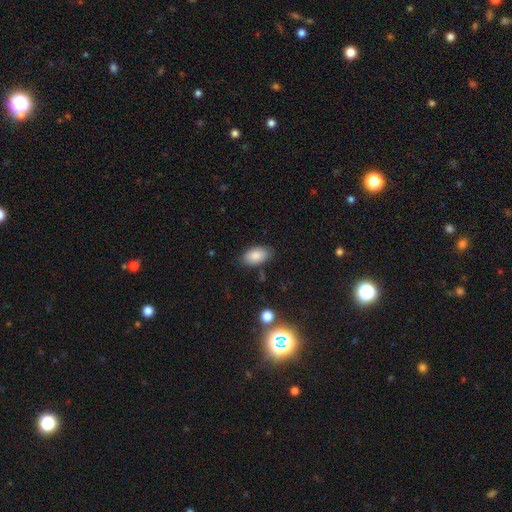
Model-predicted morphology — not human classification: Smooth or featured?
  - smooth: 85% *
  - star or artifact: 8%
  - featured or disk: 7%
How rounded?
  - in between: 93% *
  - round: 5%
  - cigar-shaped: 2%
Merging?
  - none: 81% *
  - minor disturbance: 14%
  - major disturbance: 3%
  - merger: 2%